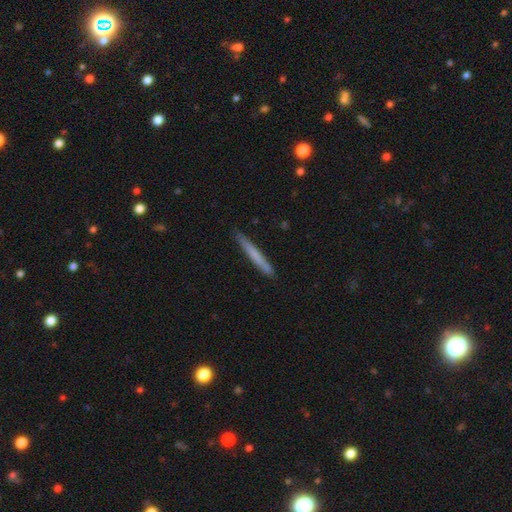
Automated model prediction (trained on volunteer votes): A smooth galaxy with no disk features (65%) that is cigar-shaped (97%). Merging: none (88%).